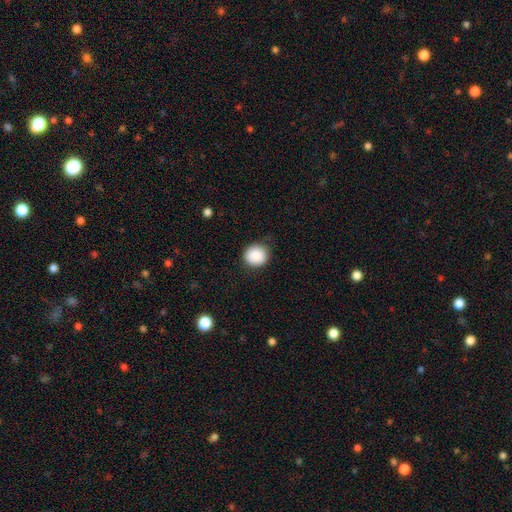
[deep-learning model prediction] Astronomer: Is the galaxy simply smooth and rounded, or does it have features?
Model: smooth — 88%.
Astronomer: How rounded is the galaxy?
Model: round — 90%.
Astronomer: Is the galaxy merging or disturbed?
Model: none — 83%.